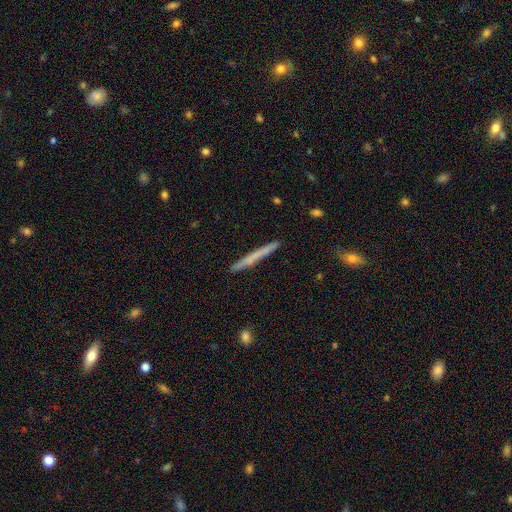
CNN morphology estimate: This is possibly a smooth galaxy (53%). How rounded: clearly cigar-shaped (97%). Merging: clearly none (91%).